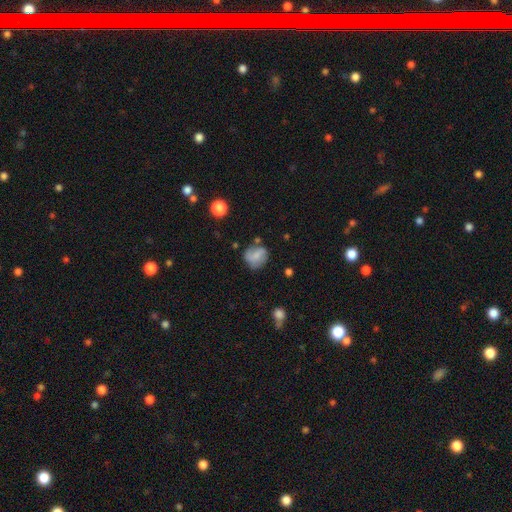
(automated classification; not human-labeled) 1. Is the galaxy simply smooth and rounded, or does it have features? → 57% smooth, 34% featured or disk, 9% star or artifact.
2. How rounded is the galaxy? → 75% round, 24% in between, 1% cigar-shaped.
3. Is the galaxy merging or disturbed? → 62% none, 24% minor disturbance, 8% major disturbance, 6% merger.